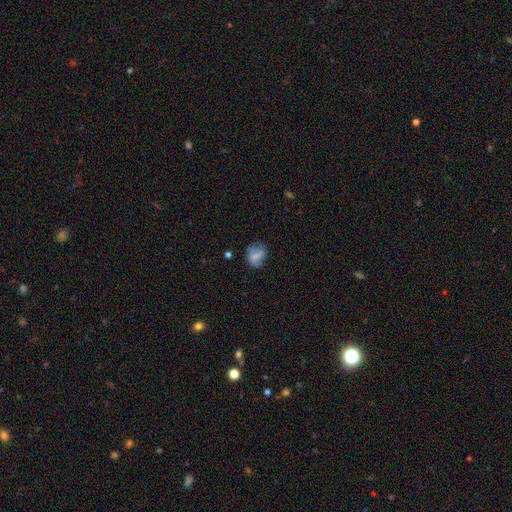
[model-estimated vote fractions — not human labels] Smooth or featured? Predicted: smooth (p=0.69). How rounded? Predicted: round (p=0.50). Merging? Predicted: none (p=0.64).